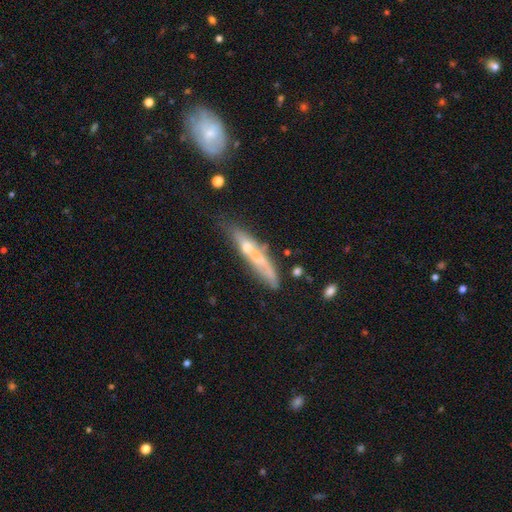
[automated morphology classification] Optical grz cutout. It shows a featured or disk galaxy (56%) viewed edge-on (70%). Merging: none (48%).